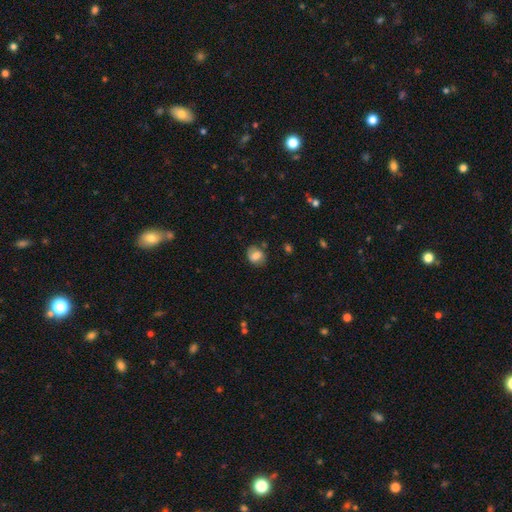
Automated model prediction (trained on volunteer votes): This appears to be a smooth galaxy with no disk features (74%) that is round (56%). Merging: none (72%).